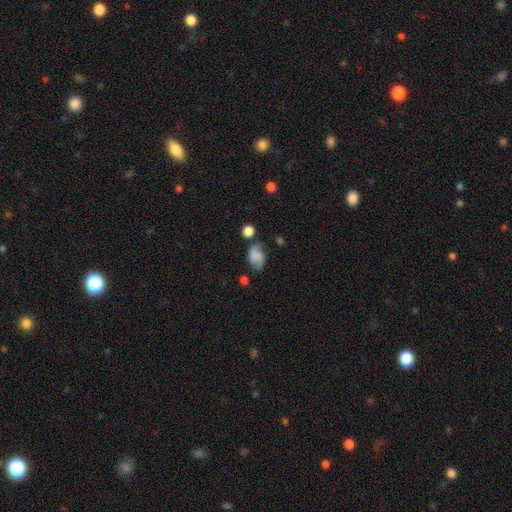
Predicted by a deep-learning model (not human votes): Smooth or featured: smooth — 56% (featured or disk — 33%)
How rounded: in between — 79% (round — 20%)
Merging: none — 58% (minor disturbance — 25%)